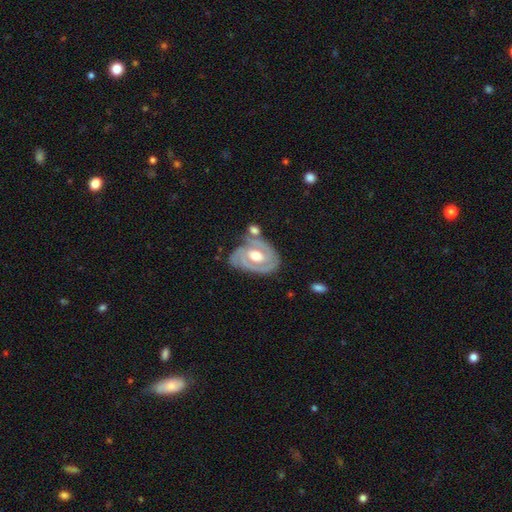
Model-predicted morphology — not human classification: type=featured or disk (85%); edge-on=no (96%); bar=no (45%); spiral arms=yes (91%); winding=tight (69%); arm count=2 (60%); bulge=moderate (75%); merging=none (55%).